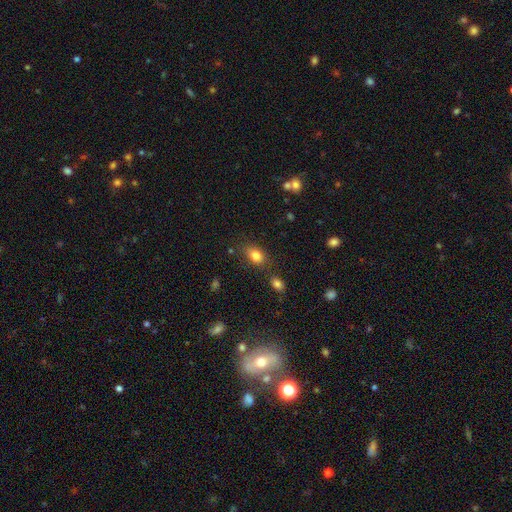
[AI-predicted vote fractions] This appears to be a smooth galaxy with no disk features (82%) that is in between round and cigar-shaped (79%). Merging: none (75%).